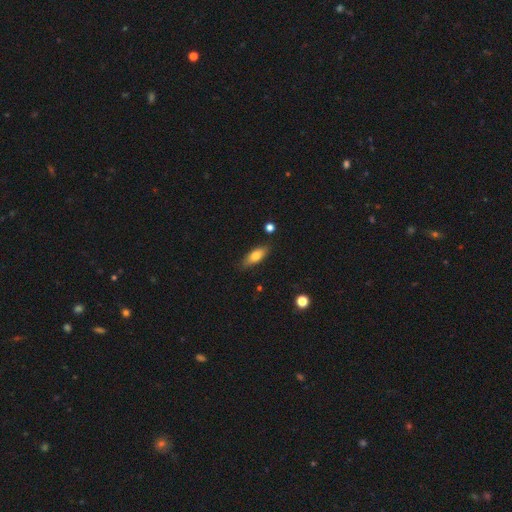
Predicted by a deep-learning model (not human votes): Smooth or featured? Predicted: smooth (p=0.73). How rounded? Predicted: in between (p=0.69). Merging? Predicted: none (p=0.81).